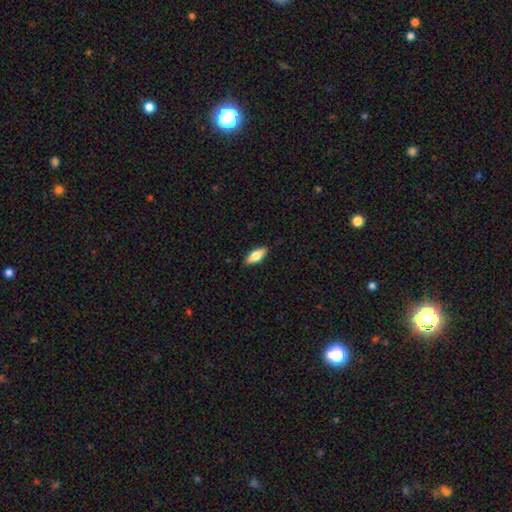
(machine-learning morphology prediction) Q: Smooth or featured?
A: smooth (72%); runner-up: featured or disk (22%)
Q: How rounded?
A: in between (75%); runner-up: cigar-shaped (23%)
Q: Merging?
A: none (88%); runner-up: minor disturbance (9%)